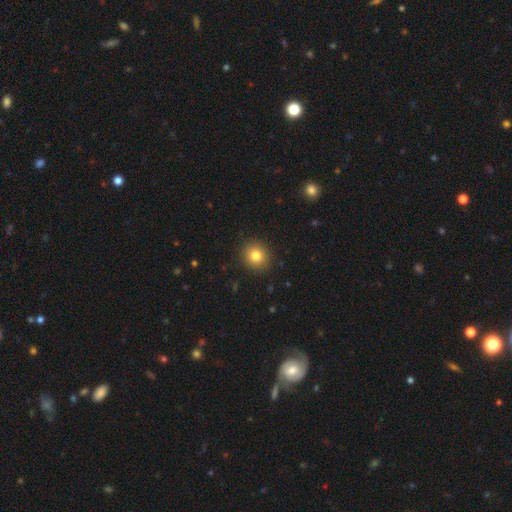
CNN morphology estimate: smooth_or_featured: smooth (p=0.81) [alt: star or artifact p=0.12]
how_rounded: round (p=0.86) [alt: in between p=0.13]
merging: none (p=0.91) [alt: minor disturbance p=0.06]